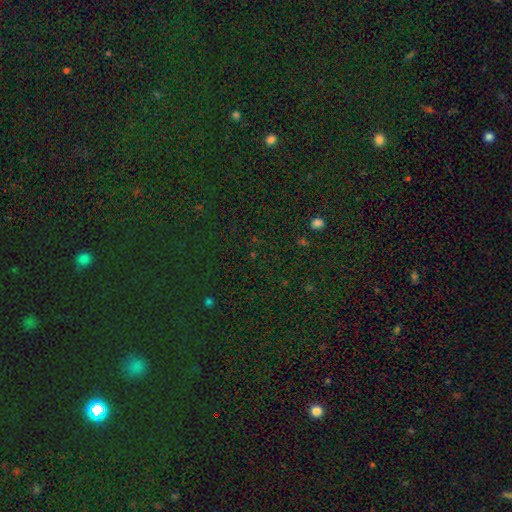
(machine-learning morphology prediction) smooth-or-featured: star or artifact: 79% | smooth: 14% | featured or disk: 8%